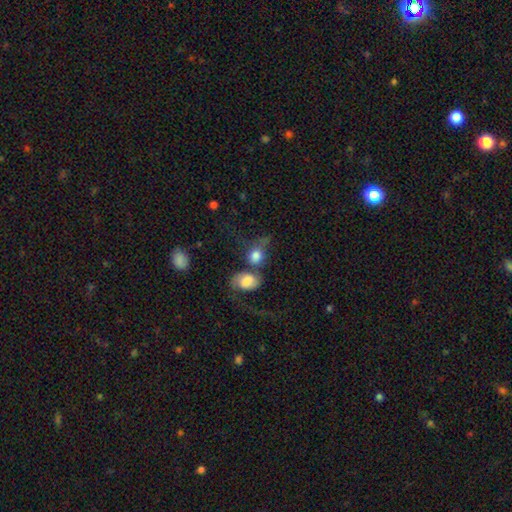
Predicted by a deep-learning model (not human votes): Smooth or featured: smooth — 67% (featured or disk — 24%)
How rounded: round — 59% (in between — 39%)
Merging: merger — 52% (none — 22%)